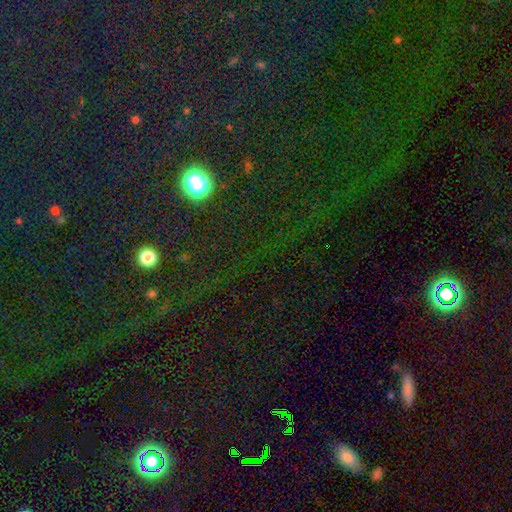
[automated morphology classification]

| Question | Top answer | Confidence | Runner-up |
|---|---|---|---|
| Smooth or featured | star or artifact | 71% | smooth (22%) |